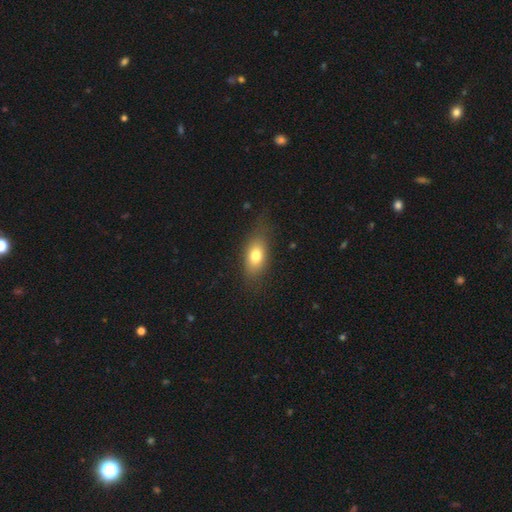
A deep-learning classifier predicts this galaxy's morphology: Smooth or featured?
  - smooth: 75% *
  - featured or disk: 16%
  - star or artifact: 9%
How rounded?
  - in between: 81% *
  - round: 11%
  - cigar-shaped: 8%
Merging?
  - none: 71% *
  - minor disturbance: 20%
  - major disturbance: 8%
  - merger: 1%